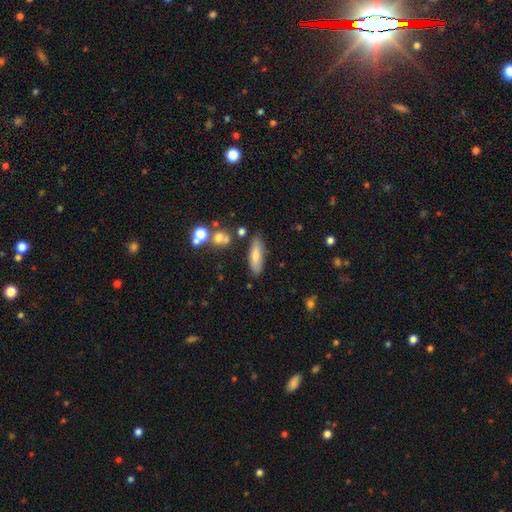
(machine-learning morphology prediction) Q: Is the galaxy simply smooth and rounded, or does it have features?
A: smooth — 72%.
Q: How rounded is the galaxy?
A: in between — 50%.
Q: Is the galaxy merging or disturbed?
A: none — 80%.